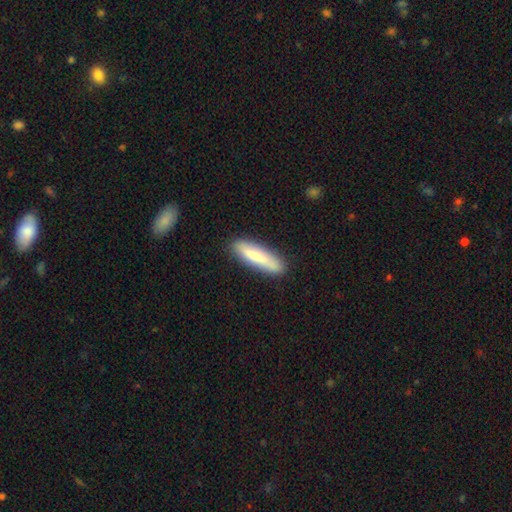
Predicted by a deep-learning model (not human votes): A smooth galaxy with no disk features (74%) that is cigar-shaped (77%).

Vote fractions:
- Smooth or featured? smooth: 74% / featured or disk: 20% / star or artifact: 6%
- How rounded? cigar-shaped: 77% / in between: 22% / round: 1%
- Merging? none: 85% / minor disturbance: 11% / major disturbance: 2% / merger: 2%